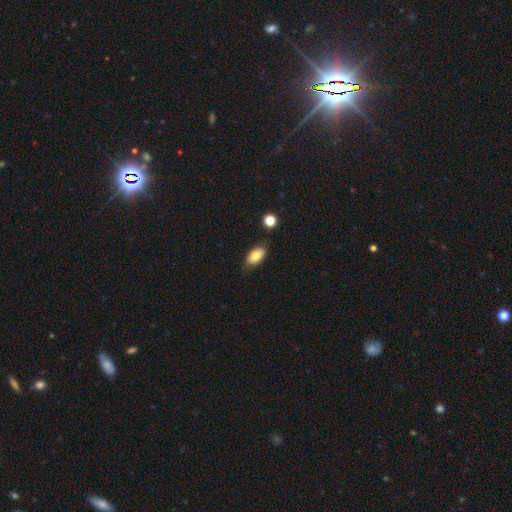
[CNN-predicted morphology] Smooth or featured? Predicted: smooth (p=0.78). How rounded? Predicted: in between (p=0.90). Merging? Predicted: none (p=0.81).